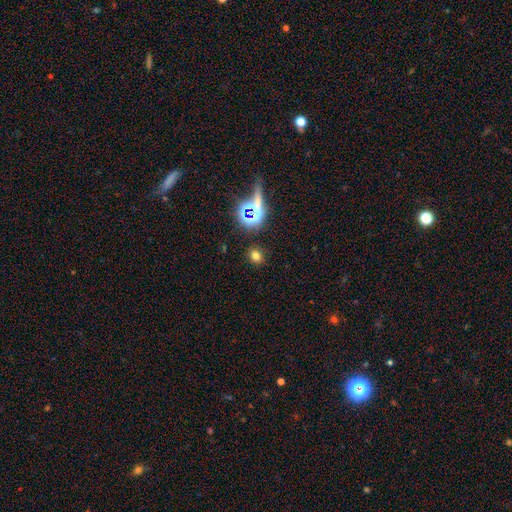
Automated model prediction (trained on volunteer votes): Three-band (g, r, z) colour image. It shows a smooth galaxy with no disk features (68%) that is round (63%). Merging: none (87%).